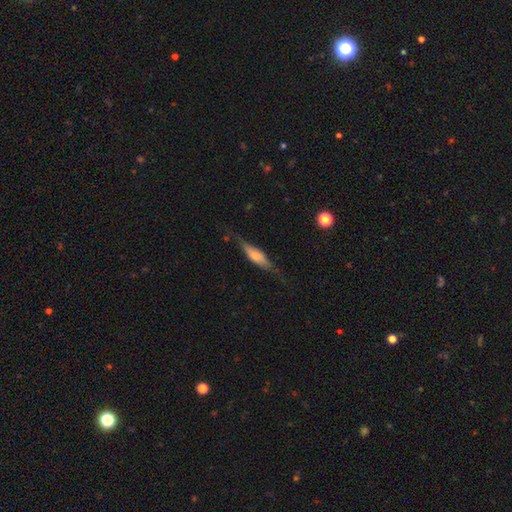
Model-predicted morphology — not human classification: Overall: featured or disk (50%; smooth 44%). Merging: none (70%).